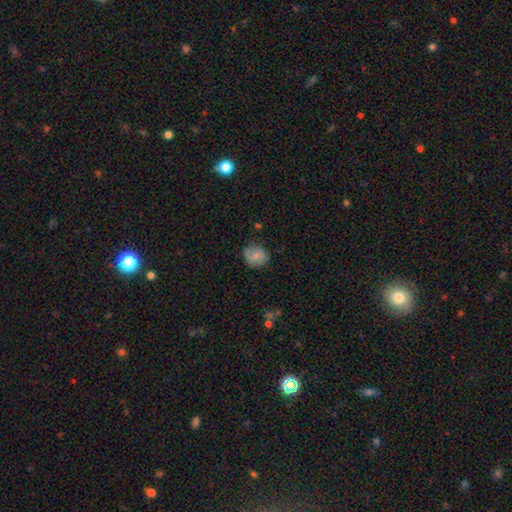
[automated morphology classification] smooth-or-featured: smooth: 66% | featured or disk: 26% | star or artifact: 8%
  how-rounded: round: 79% | in between: 20% | cigar-shaped: 1%
  merging: none: 75% | minor disturbance: 19% | major disturbance: 5% | merger: 2%